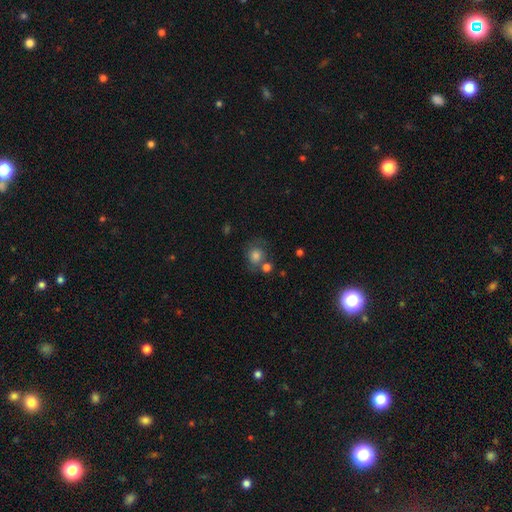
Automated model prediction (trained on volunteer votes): The model was most divided on "merging": none: 52%, merger: 19%, minor disturbance: 18%, major disturbance: 11%. More confident: how rounded — round (73%); smooth or featured — smooth (73%).